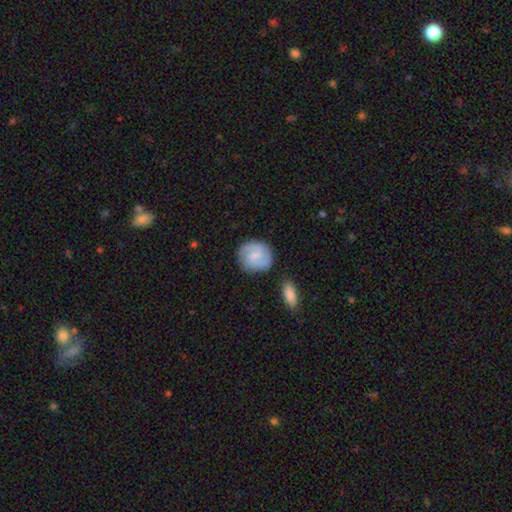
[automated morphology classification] Smooth or featured? Predicted: featured or disk (p=0.55). Edge-on disk? Predicted: no (p=0.97). Bar? Predicted: weak (p=0.57). Spiral arms? Predicted: yes (p=0.90). Bulge size? Predicted: small (p=0.46). Merging? Predicted: none (p=0.77).